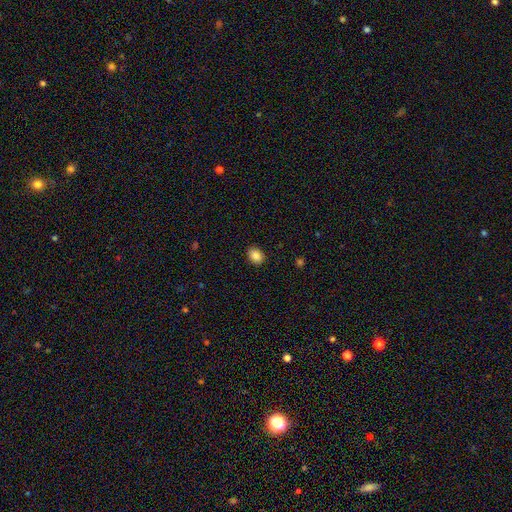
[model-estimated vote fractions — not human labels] smooth 86%, star or artifact 9%, featured or disk 4%. Down the decision tree: how rounded — in between (56%); merging — none (89%).